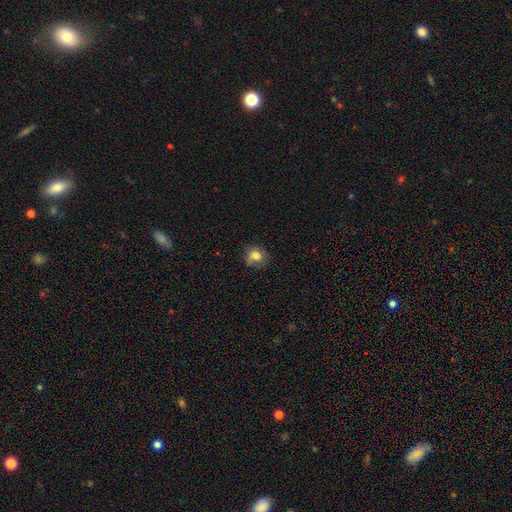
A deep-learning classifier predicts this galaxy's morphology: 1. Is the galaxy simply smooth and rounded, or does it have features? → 76% smooth, 13% featured or disk, 11% star or artifact.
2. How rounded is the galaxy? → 69% round, 30% in between, 1% cigar-shaped.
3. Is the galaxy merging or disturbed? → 56% none, 30% minor disturbance, 11% major disturbance, 3% merger.